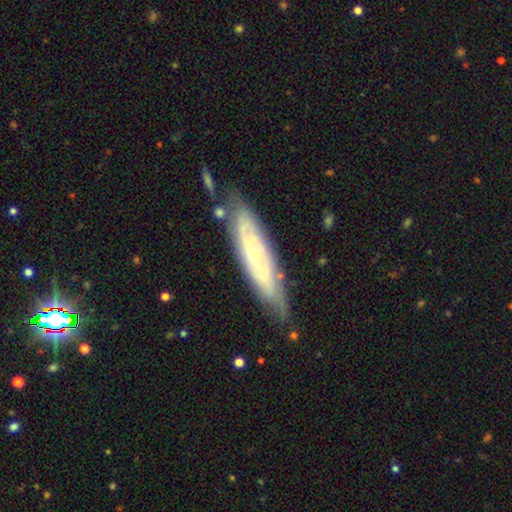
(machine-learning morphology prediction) Overall: featured or disk (68%). Edge-on disk: no (66%; yes 34%). Merging: none (73%).